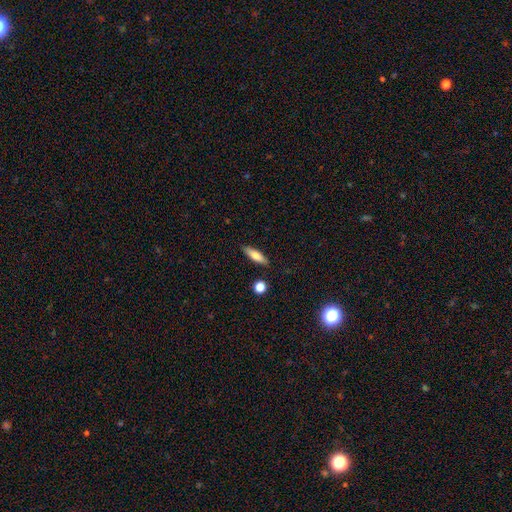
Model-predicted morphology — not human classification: smooth_or_featured: smooth (p=0.73) [alt: featured or disk p=0.20]
how_rounded: cigar-shaped (p=0.61) [alt: in between p=0.37]
merging: none (p=0.87) [alt: minor disturbance p=0.09]